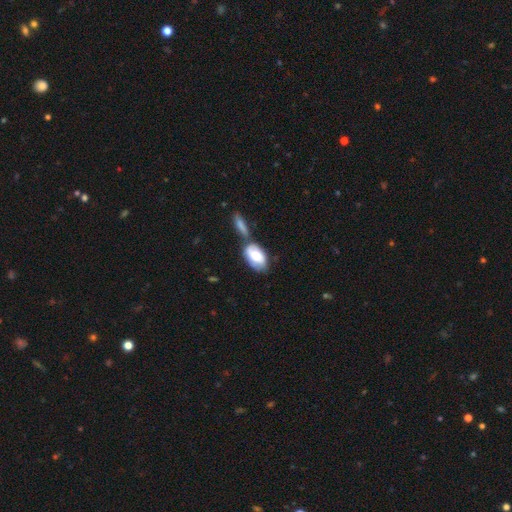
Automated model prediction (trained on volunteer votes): smooth 69%, featured or disk 25%, star or artifact 6%. Down the decision tree: how rounded — in between (93%); merging — none (41%).